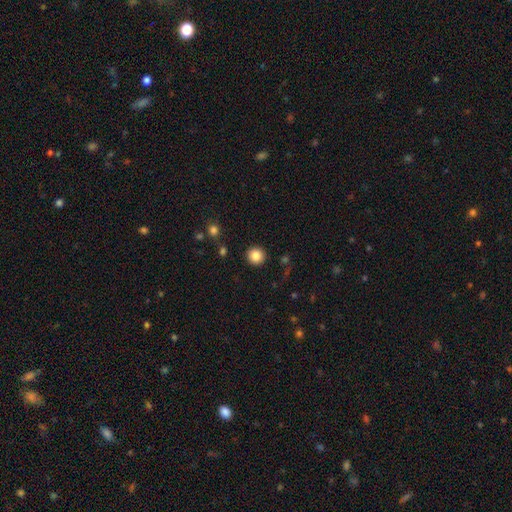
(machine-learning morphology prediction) This appears to be a smooth galaxy with no disk features (85%) that is round (94%). Merging: none (91%).